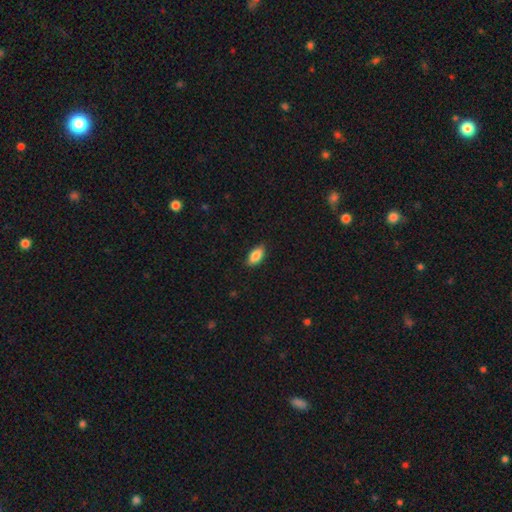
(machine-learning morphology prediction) Overall: smooth (86%). How rounded: in between (90%). Merging: none (86%).